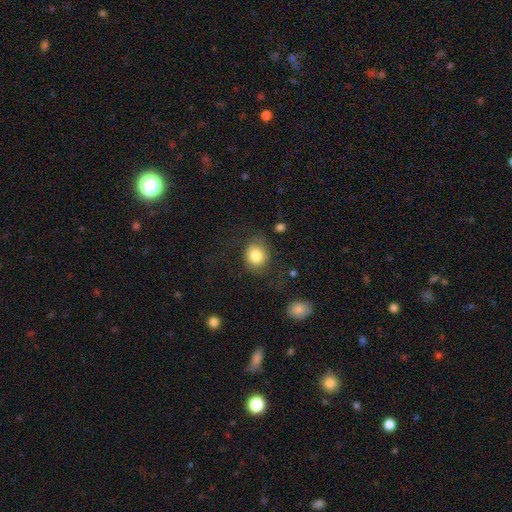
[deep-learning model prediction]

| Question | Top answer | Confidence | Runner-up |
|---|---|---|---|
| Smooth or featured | smooth | 81% | featured or disk (11%) |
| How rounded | round | 69% | in between (30%) |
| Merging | none | 66% | minor disturbance (19%) |